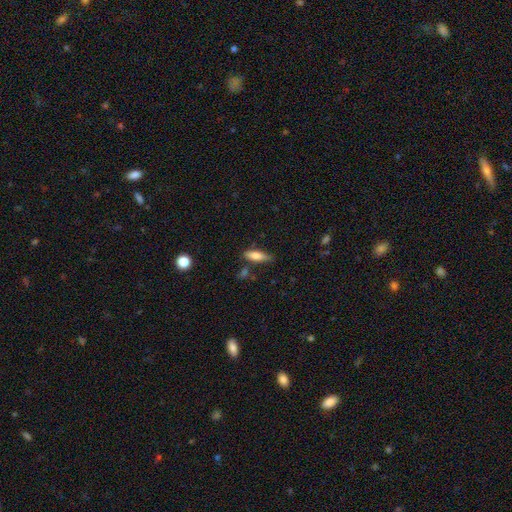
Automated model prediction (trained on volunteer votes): Smooth or featured?
  - smooth: 72% *
  - featured or disk: 21%
  - star or artifact: 7%
How rounded?
  - cigar-shaped: 51% *
  - in between: 46%
  - round: 2%
Merging?
  - none: 73% *
  - minor disturbance: 18%
  - merger: 5%
  - major disturbance: 4%